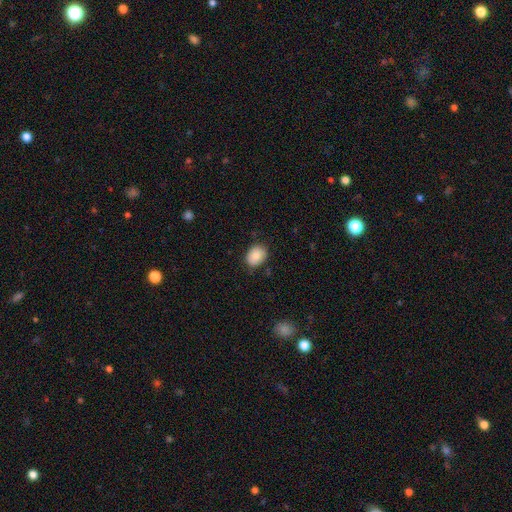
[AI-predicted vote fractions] This is clearly a smooth galaxy (85%). How rounded: possibly in between (57%). Merging: clearly none (83%).